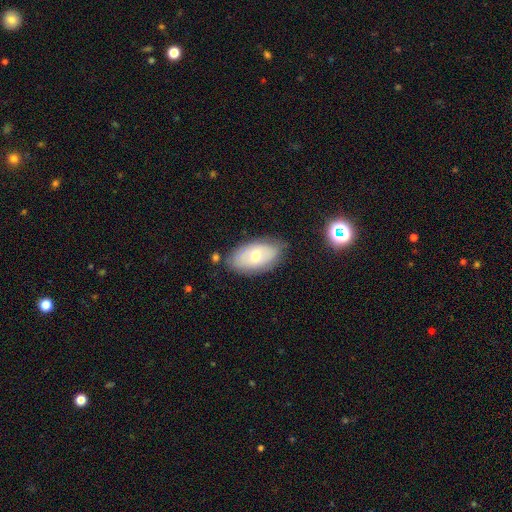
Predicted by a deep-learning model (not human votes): smooth_or_featured: smooth (p=0.60) [alt: featured or disk p=0.32]
how_rounded: in between (p=0.93) [alt: round p=0.05]
merging: none (p=0.75) [alt: minor disturbance p=0.18]